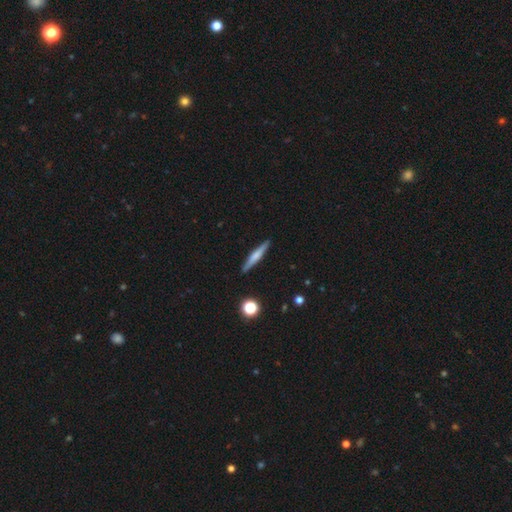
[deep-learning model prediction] smooth-or-featured: smooth: 50% | featured or disk: 44% | star or artifact: 7%
  merging: none: 90% | minor disturbance: 7% | major disturbance: 1% | merger: 1%